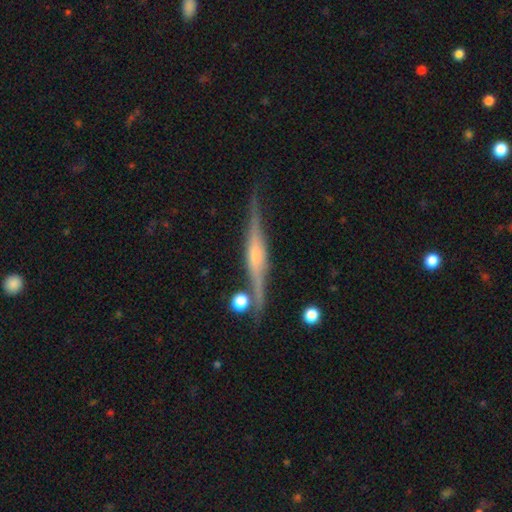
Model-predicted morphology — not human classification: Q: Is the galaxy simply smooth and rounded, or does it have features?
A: featured or disk — 80%.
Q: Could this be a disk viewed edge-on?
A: yes — 97%.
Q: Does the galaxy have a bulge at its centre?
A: rounded — 62%.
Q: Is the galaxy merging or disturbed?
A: none — 82%.